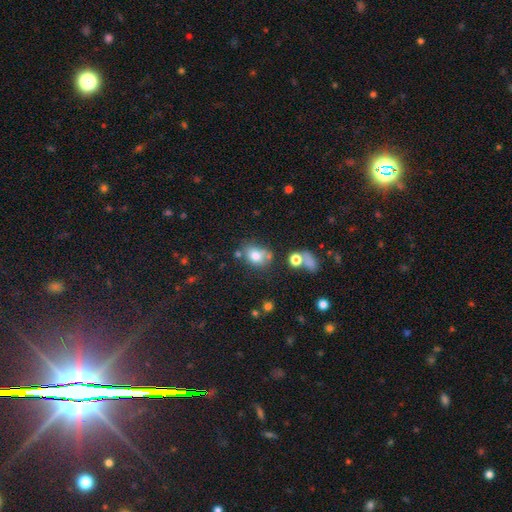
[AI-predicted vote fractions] smooth_or_featured: smooth (p=0.77) [alt: star or artifact p=0.12]
how_rounded: in between (p=0.57) [alt: round p=0.42]
merging: none (p=0.53) [alt: minor disturbance p=0.20]